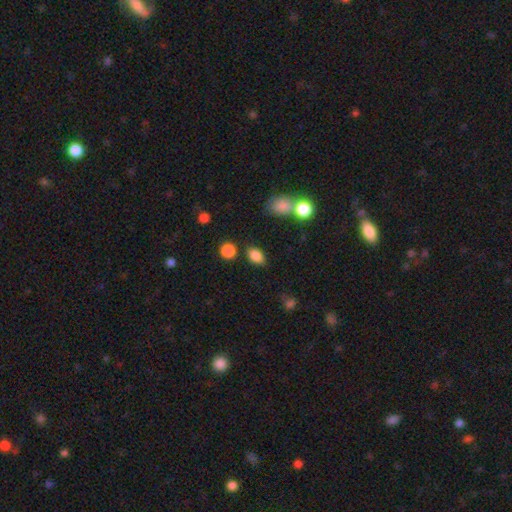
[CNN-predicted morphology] The model was most divided on "merging": none: 78%, minor disturbance: 13%, merger: 5%, major disturbance: 4%. More confident: smooth or featured — smooth (85%); how rounded — in between (82%).